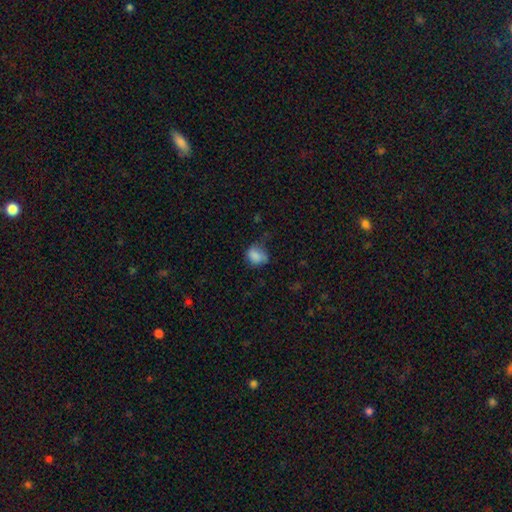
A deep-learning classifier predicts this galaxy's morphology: smooth_or_featured: smooth (p=0.82) [alt: star or artifact p=0.10]
how_rounded: in between (p=0.55) [alt: round p=0.44]
merging: none (p=0.45) [alt: minor disturbance p=0.35]